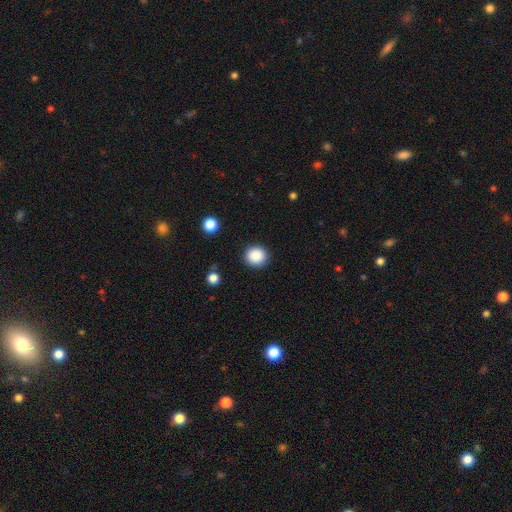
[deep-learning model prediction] The model was most divided on "smooth or featured": smooth: 88%, star or artifact: 10%, featured or disk: 3%. More confident: how rounded — round (91%); merging — none (90%).